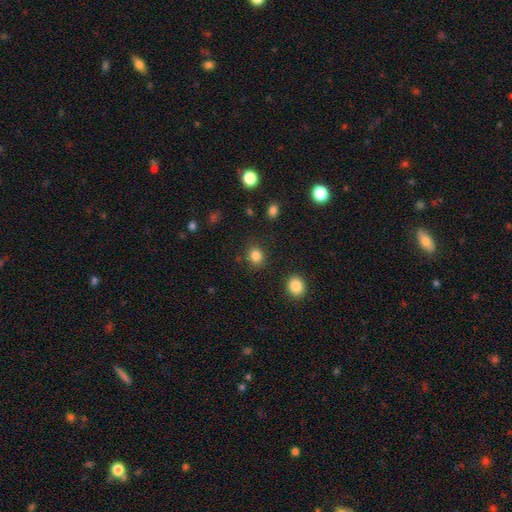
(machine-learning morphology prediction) A smooth galaxy with no disk features (84%) that is round (75%).

Vote fractions:
- Smooth or featured? smooth: 84% / star or artifact: 11% / featured or disk: 4%
- How rounded? round: 75% / in between: 24% / cigar-shaped: 1%
- Merging? none: 86% / minor disturbance: 8% / major disturbance: 3% / merger: 2%